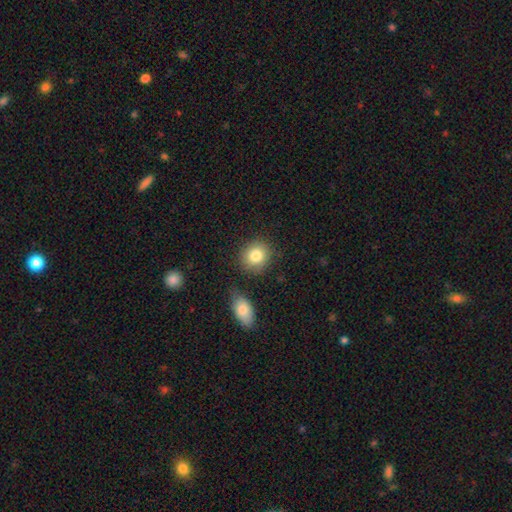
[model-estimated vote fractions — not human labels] Smooth or featured? smooth (83%)
How rounded? round (77%)
Merging? none (78%)